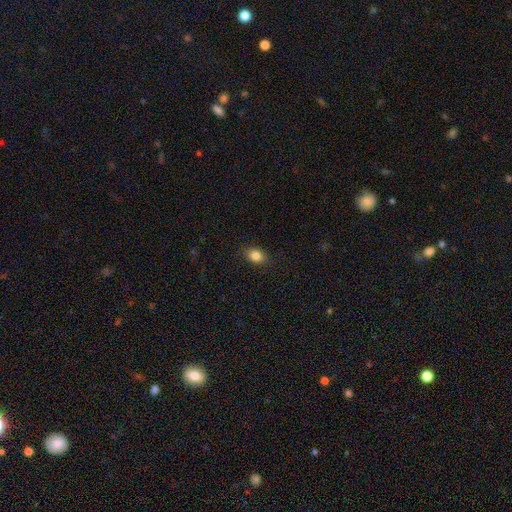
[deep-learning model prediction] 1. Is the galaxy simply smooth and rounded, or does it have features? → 84% smooth, 9% star or artifact, 6% featured or disk.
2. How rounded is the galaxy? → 66% in between, 32% round, 1% cigar-shaped.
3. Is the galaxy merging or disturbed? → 87% none, 10% minor disturbance, 2% major disturbance, 1% merger.